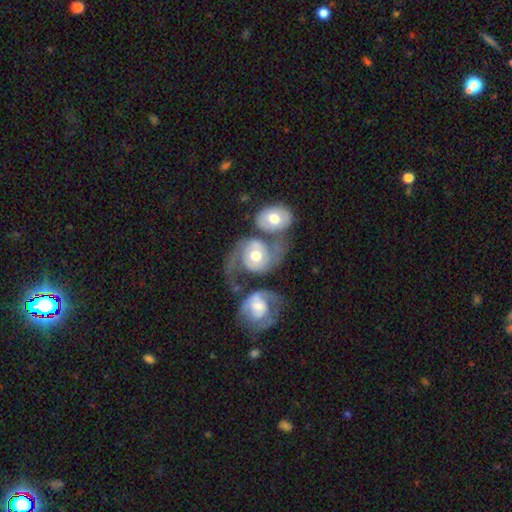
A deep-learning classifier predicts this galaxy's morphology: Overall: featured or disk (76%). Edge-on disk: no (97%). Bar: no (66%). Spiral arms: yes (89%). Spiral arm count: 2 (84%). Spiral winding: medium (48%; loose 29%). Bulge size: moderate (71%). Merging: merger (47%; none 25%).